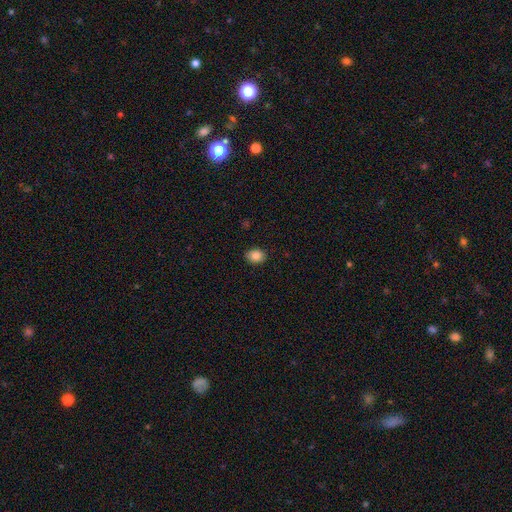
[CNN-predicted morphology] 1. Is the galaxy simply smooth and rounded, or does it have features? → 86% smooth, 9% star or artifact, 5% featured or disk.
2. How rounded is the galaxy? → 55% in between, 44% round, 1% cigar-shaped.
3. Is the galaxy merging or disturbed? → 90% none, 8% minor disturbance, 2% major disturbance, 1% merger.